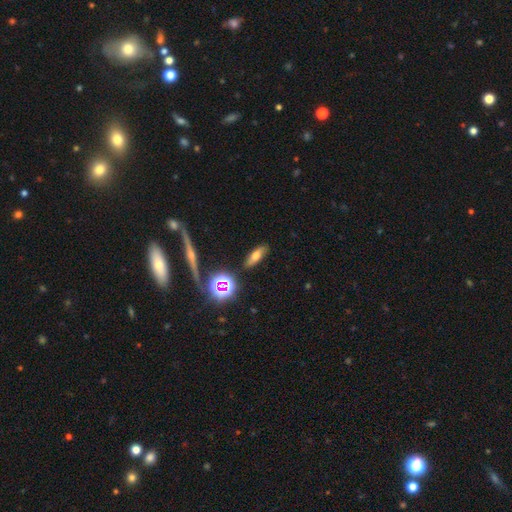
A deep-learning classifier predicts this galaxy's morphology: smooth 57%, featured or disk 26%, star or artifact 17%. Down the decision tree: how rounded — in between (52%); merging — none (86%).